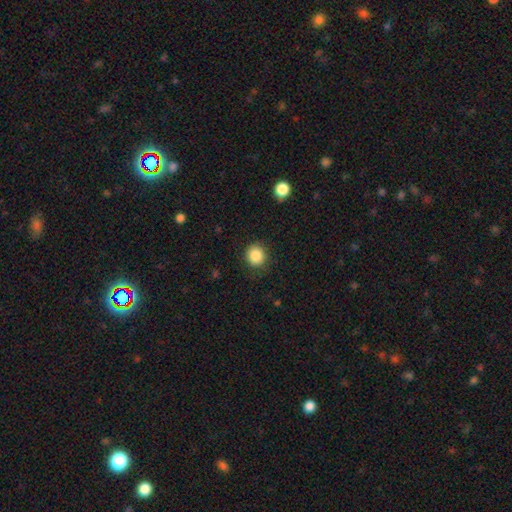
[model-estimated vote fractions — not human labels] This is clearly a smooth galaxy (86%). How rounded: clearly round (85%). Merging: clearly none (86%).